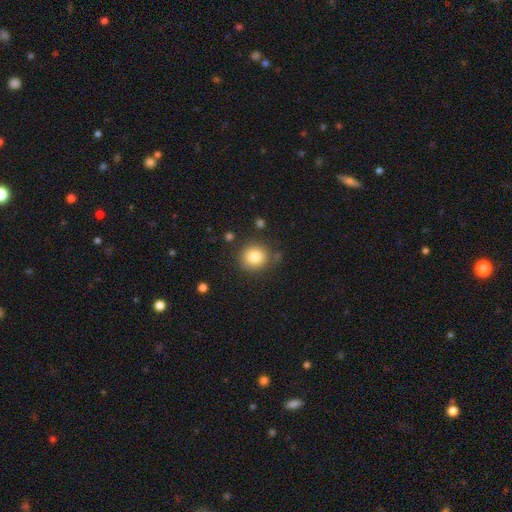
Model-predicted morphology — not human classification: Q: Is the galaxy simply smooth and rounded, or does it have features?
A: smooth — 83%.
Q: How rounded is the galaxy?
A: round — 90%.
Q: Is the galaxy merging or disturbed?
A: none — 82%.